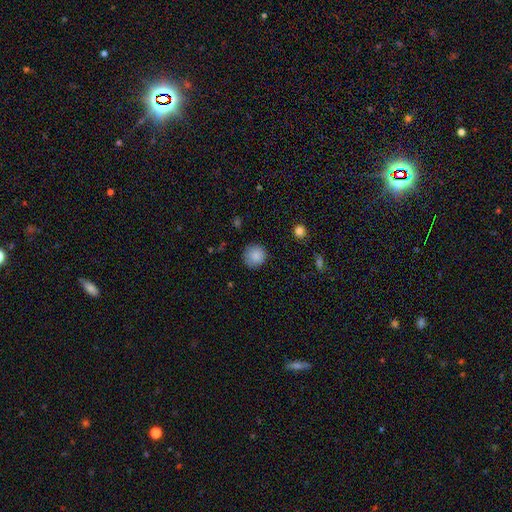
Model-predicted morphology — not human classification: The model was most divided on "merging": none: 85%, minor disturbance: 11%, major disturbance: 3%, merger: 1%. More confident: how rounded — round (92%); smooth or featured — smooth (87%).